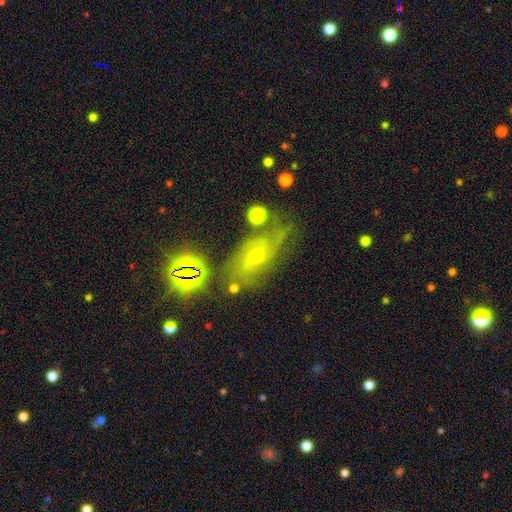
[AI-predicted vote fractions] smooth_or_featured: featured or disk (p=0.52) [alt: smooth p=0.24]
disk_edge_on: no (p=0.89) [alt: yes p=0.11]
merging: none (p=0.56) [alt: minor disturbance p=0.23]